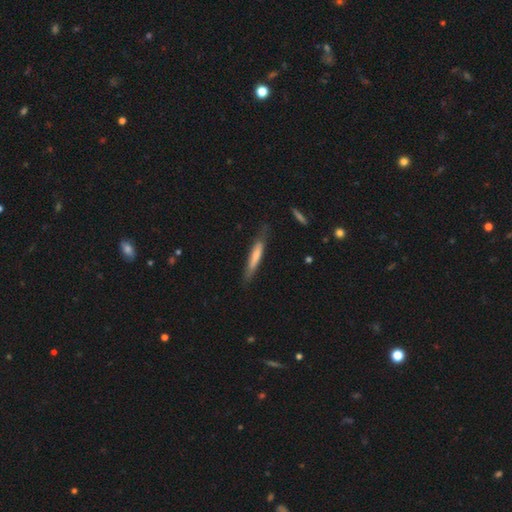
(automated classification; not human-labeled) Overall: smooth (66%; featured or disk 29%). How rounded: cigar-shaped (91%). Merging: none (67%).